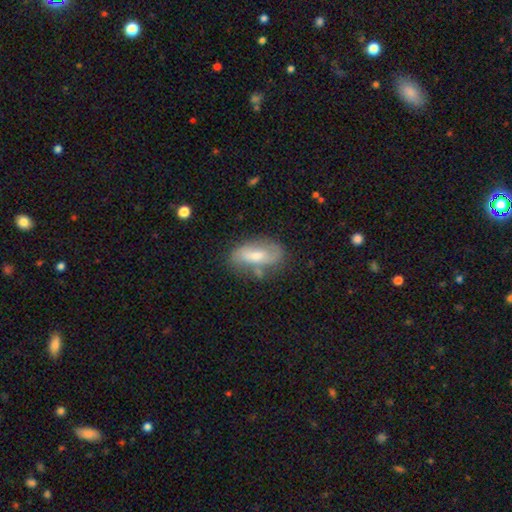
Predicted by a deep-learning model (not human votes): This is possibly a featured or disk galaxy (52%). It is clearly not viewed edge-on (88%). Merging: likely none (63%).